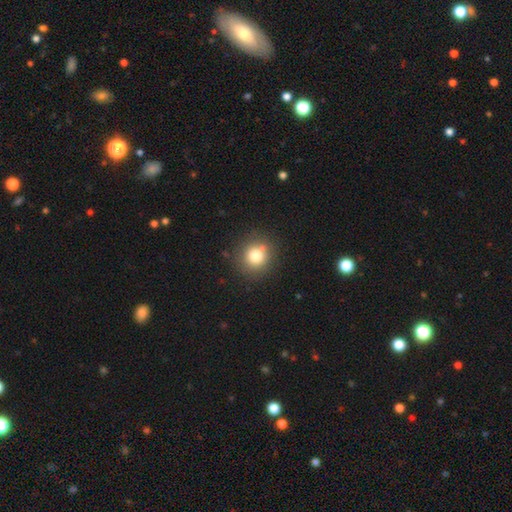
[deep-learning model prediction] This is likely a smooth galaxy (79%). How rounded: clearly round (89%). Merging: likely none (80%).